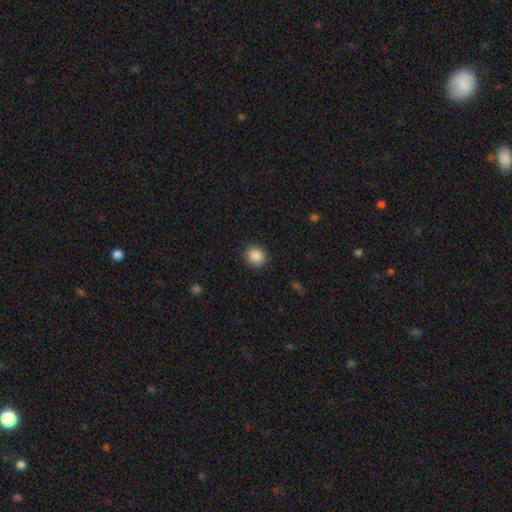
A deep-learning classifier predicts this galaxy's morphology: A smooth galaxy with no disk features (88%) that is round (84%). Merging: none (90%).